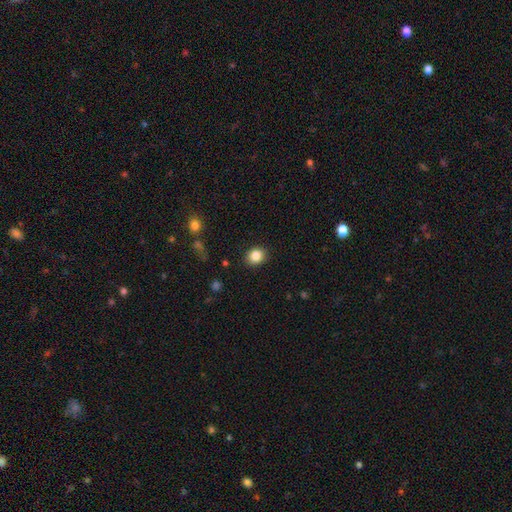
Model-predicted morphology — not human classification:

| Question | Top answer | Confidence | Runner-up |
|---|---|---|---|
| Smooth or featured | smooth | 85% | star or artifact (10%) |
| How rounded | round | 65% | in between (34%) |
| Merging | none | 89% | minor disturbance (8%) |